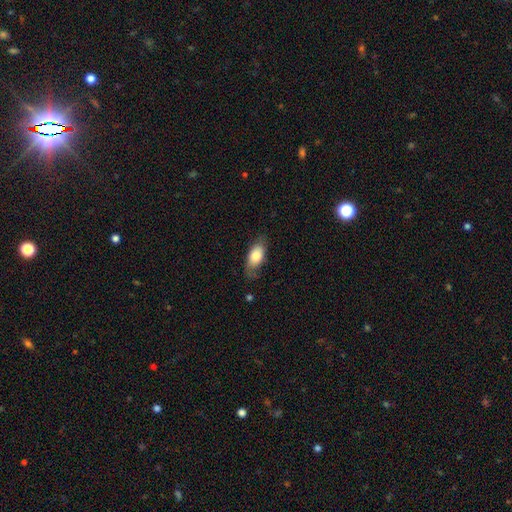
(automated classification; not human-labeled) smooth 77%, featured or disk 16%, star or artifact 6%. Down the decision tree: how rounded — in between (87%); merging — none (69%).